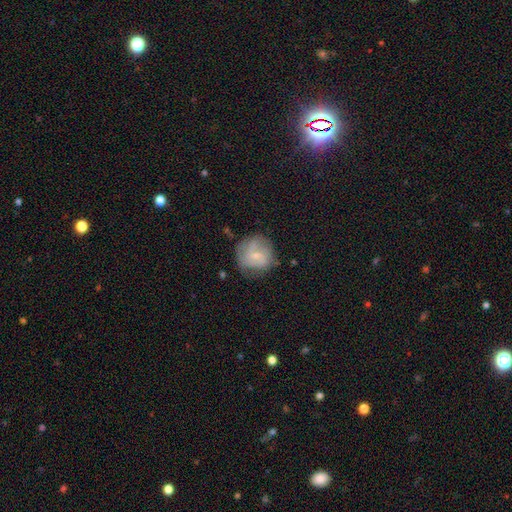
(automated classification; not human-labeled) This appears to be a featured or disk galaxy (48%). Merging: none (63%).